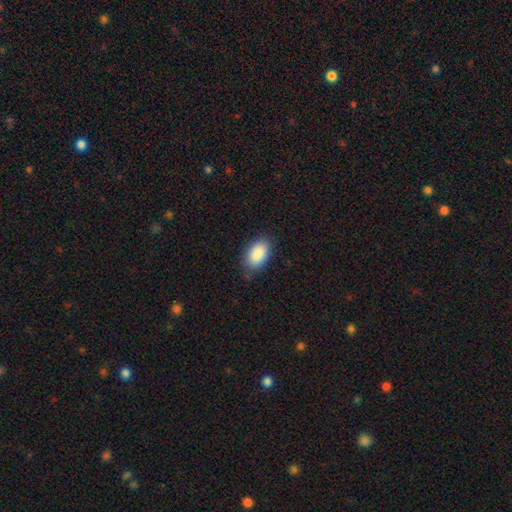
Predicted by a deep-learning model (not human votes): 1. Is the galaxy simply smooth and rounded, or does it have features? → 90% smooth, 6% star or artifact, 4% featured or disk.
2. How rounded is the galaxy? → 94% in between, 5% round, 2% cigar-shaped.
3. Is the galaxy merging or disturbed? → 79% none, 16% minor disturbance, 3% major disturbance, 1% merger.